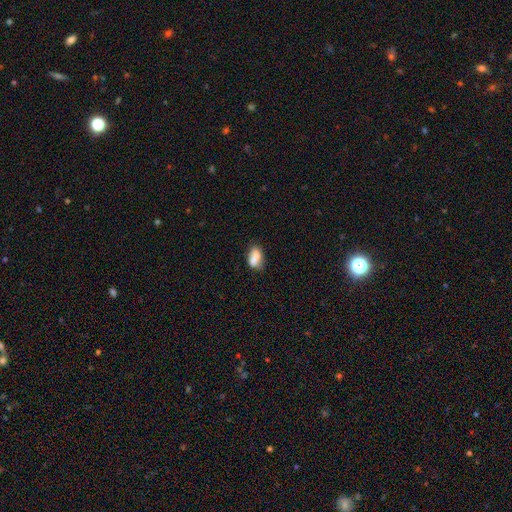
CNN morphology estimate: This appears to be a smooth galaxy with no disk features (74%) that is in between round and cigar-shaped (83%). Merging: none (45%).